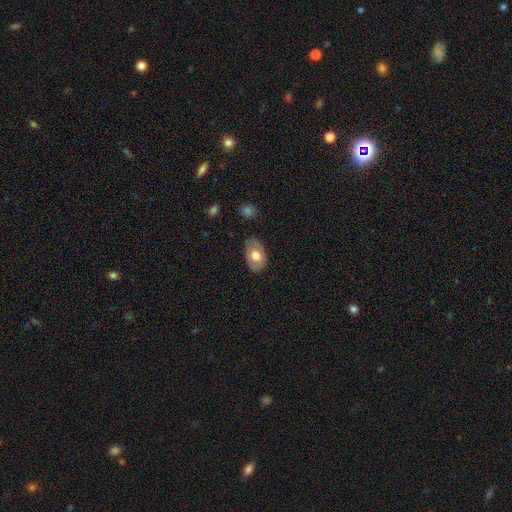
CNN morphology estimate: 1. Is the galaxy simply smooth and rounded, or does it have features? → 58% smooth, 36% featured or disk, 6% star or artifact.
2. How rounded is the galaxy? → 89% in between, 10% round, 1% cigar-shaped.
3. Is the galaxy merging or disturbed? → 77% none, 17% minor disturbance, 4% major disturbance, 1% merger.